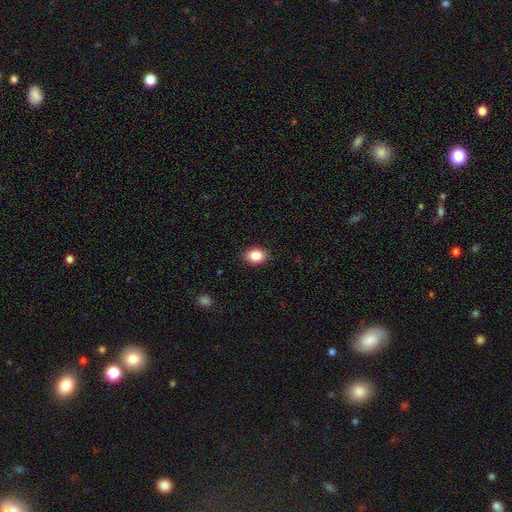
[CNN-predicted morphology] Smooth or featured? smooth (86%)
How rounded? in between (70%)
Merging? none (88%)